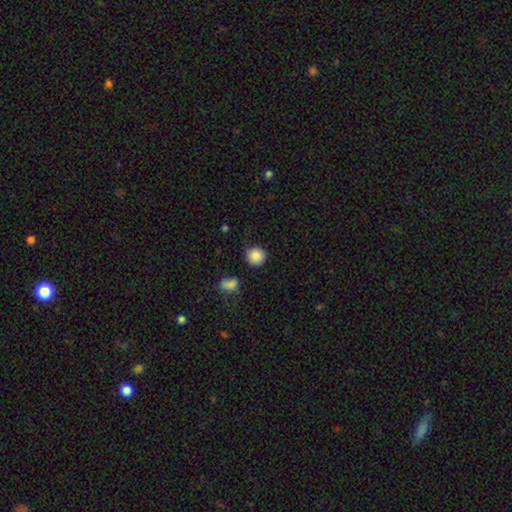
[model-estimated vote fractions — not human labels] Smooth or featured?
  - smooth: 87% *
  - star or artifact: 9%
  - featured or disk: 4%
How rounded?
  - round: 92% *
  - in between: 7%
  - cigar-shaped: 1%
Merging?
  - none: 84% *
  - minor disturbance: 10%
  - major disturbance: 3%
  - merger: 3%